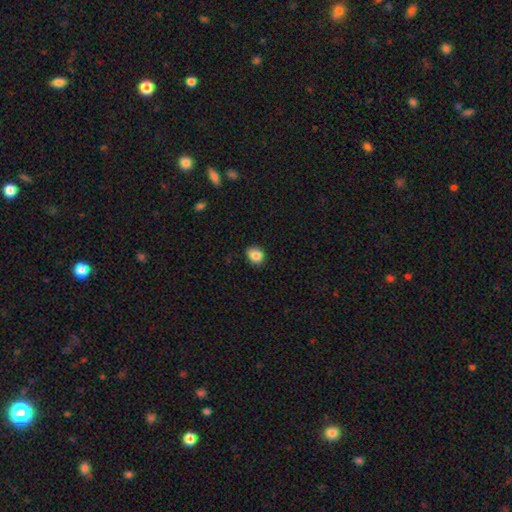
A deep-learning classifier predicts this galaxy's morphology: smooth-or-featured: smooth: 86% | star or artifact: 9% | featured or disk: 5%
  how-rounded: round: 66% | in between: 33% | cigar-shaped: 1%
  merging: none: 86% | minor disturbance: 11% | major disturbance: 2% | merger: 1%